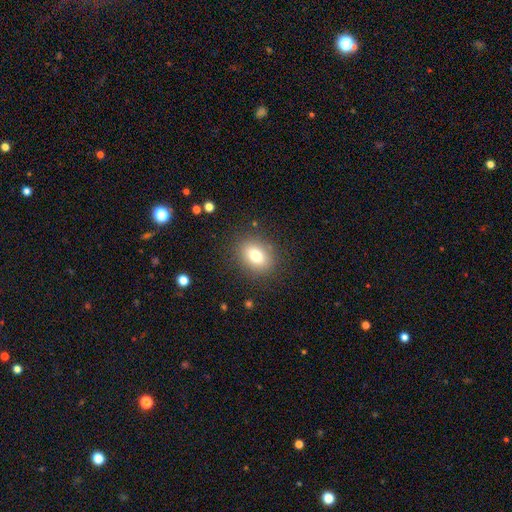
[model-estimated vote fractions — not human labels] Morphology: type=smooth (78%); roundness=in between (57%); merging=none (86%).